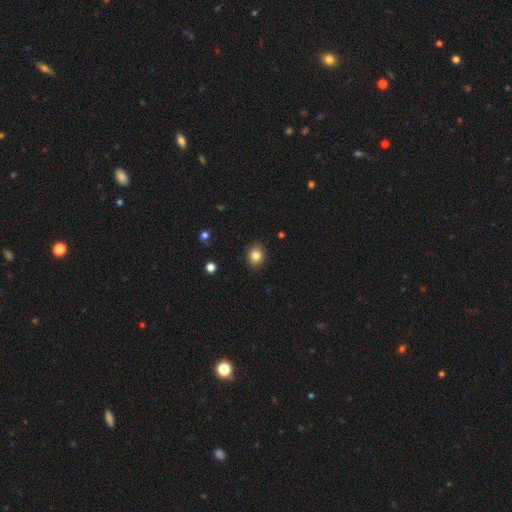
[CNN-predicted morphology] Smooth or featured? Predicted: smooth (p=0.83). How rounded? Predicted: round (p=0.59). Merging? Predicted: none (p=0.89).